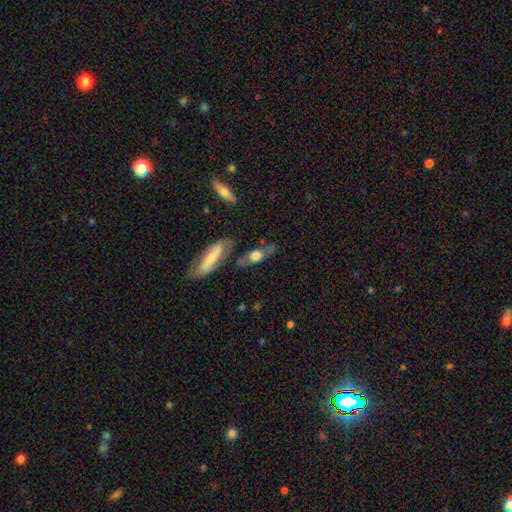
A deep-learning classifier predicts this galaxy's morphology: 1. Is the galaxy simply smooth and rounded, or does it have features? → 48% smooth, 45% featured or disk, 7% star or artifact.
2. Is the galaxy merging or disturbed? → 67% none, 17% minor disturbance, 9% merger, 7% major disturbance.